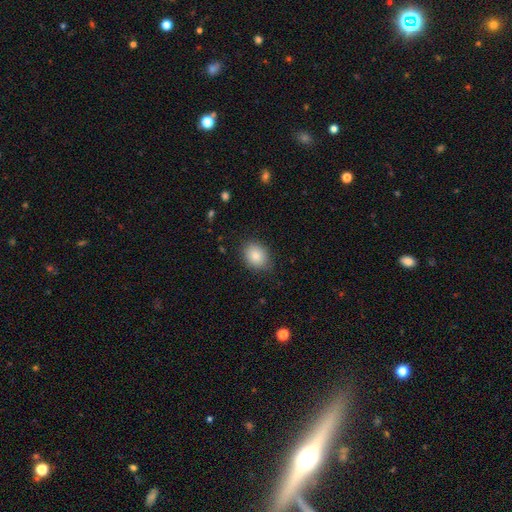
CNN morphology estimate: smooth-or-featured: smooth: 86% | star or artifact: 8% | featured or disk: 6%
  how-rounded: in between: 53% | round: 46% | cigar-shaped: 1%
  merging: none: 81% | minor disturbance: 15% | major disturbance: 3% | merger: 1%